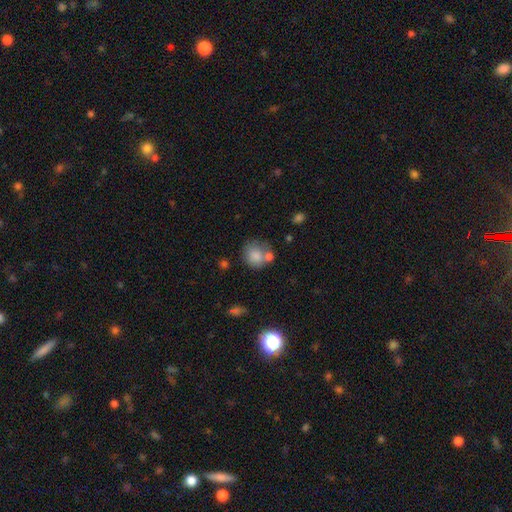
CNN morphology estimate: The model was most divided on "merging": none: 49%, merger: 27%, minor disturbance: 17%, major disturbance: 8%. More confident: smooth or featured — smooth (79%); how rounded — round (76%).